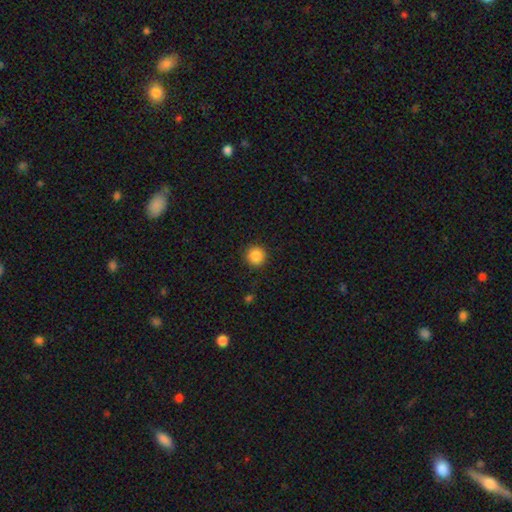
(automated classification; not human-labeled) Smooth or featured? smooth (87%)
How rounded? round (95%)
Merging? none (91%)